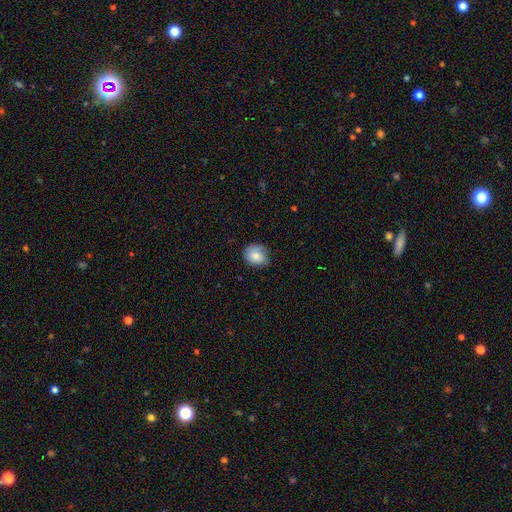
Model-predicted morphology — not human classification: smooth-or-featured: smooth: 77% | featured or disk: 16% | star or artifact: 7%
  how-rounded: round: 53% | in between: 46% | cigar-shaped: 1%
  merging: none: 66% | minor disturbance: 27% | major disturbance: 5% | merger: 1%